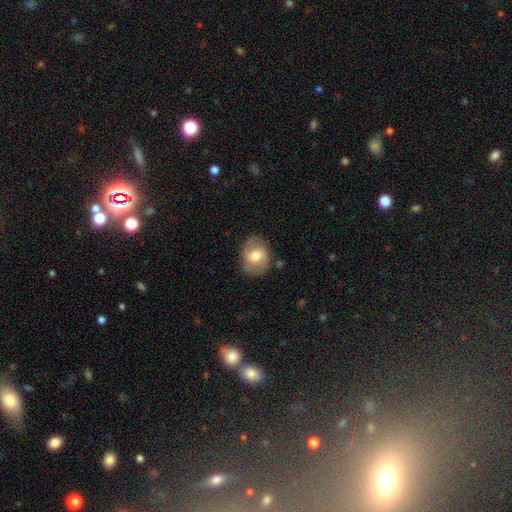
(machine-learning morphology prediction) Smooth or featured? Predicted: smooth (p=0.62). How rounded? Predicted: in between (p=0.54). Merging? Predicted: none (p=0.78).